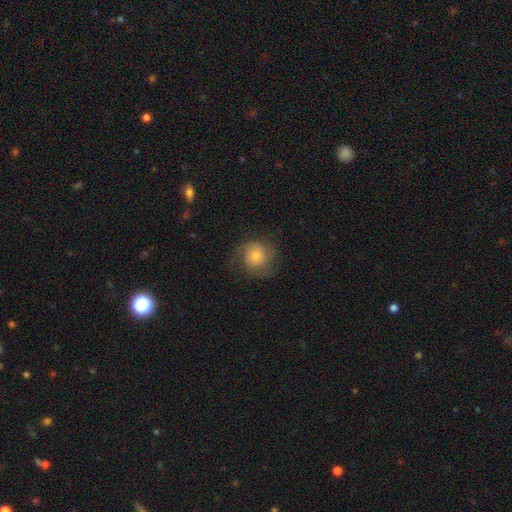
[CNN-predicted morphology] This is possibly a featured or disk galaxy (47%). Merging: likely none (70%).